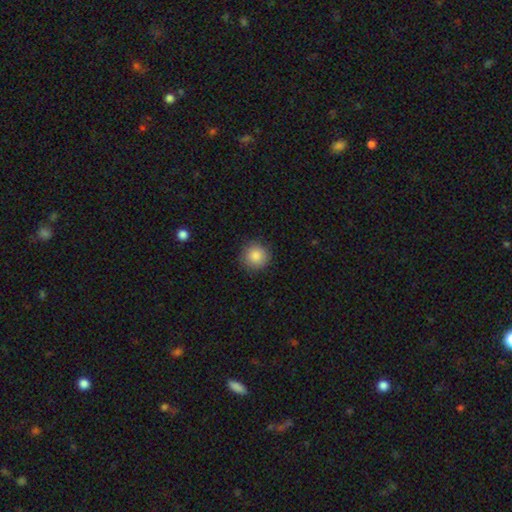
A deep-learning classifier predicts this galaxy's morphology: Overall: smooth (87%). How rounded: round (94%). Merging: none (89%).